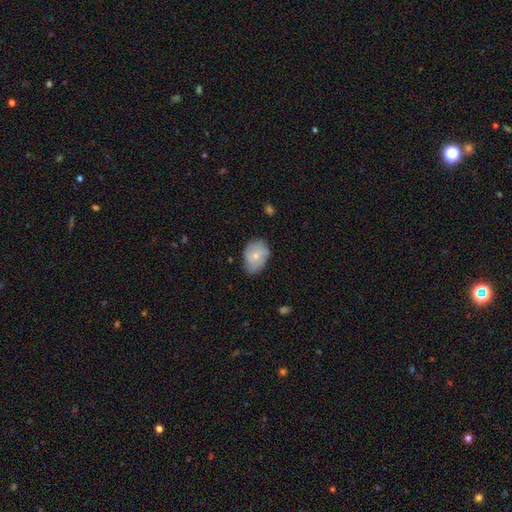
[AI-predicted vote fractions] Morphology: type=smooth (71%); roundness=in between (72%); merging=none (64%).